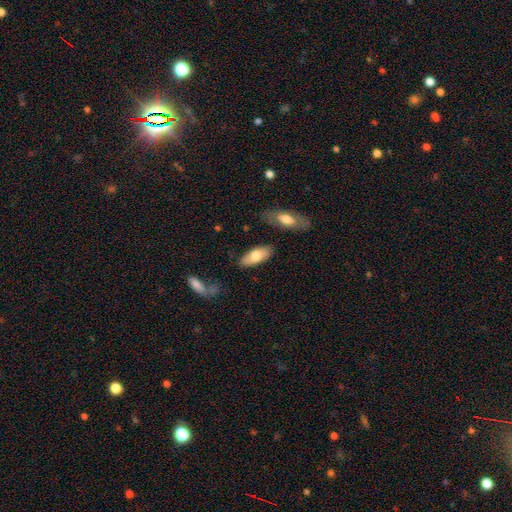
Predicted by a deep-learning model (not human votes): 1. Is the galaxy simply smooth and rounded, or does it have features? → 73% smooth, 21% featured or disk, 5% star or artifact.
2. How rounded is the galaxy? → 81% in between, 17% cigar-shaped, 2% round.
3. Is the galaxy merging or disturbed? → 81% none, 13% minor disturbance, 3% merger, 3% major disturbance.